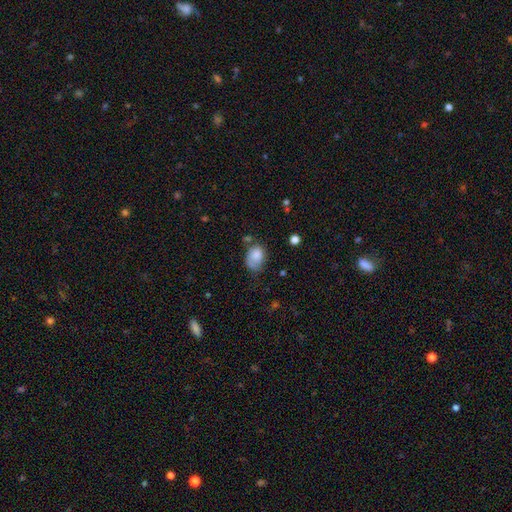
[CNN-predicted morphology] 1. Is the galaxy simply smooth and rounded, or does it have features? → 81% smooth, 10% featured or disk, 8% star or artifact.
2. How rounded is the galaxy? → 74% in between, 25% round, 1% cigar-shaped.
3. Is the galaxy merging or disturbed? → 42% none, 35% minor disturbance, 15% major disturbance, 8% merger.